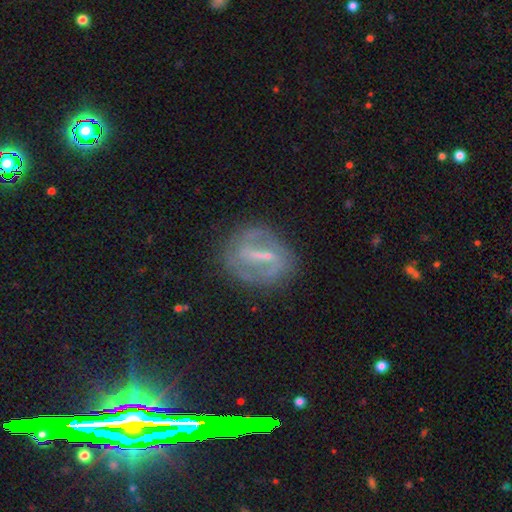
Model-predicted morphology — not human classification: smooth-or-featured: featured or disk: 78% | smooth: 15% | star or artifact: 8%
  disk-edge-on: no: 95% | yes: 5%
    bar: strong: 55% | weak: 36% | no: 10%
    has-spiral-arms: yes: 75% | no: 25%
      spiral-winding: medium: 44% | tight: 34% | loose: 22%
      spiral-arm-count: 2: 72% | can't tell: 18% | 1: 5% | 3: 3% | 4: 2% | more than 4: 1%
    bulge-size: small: 61% | moderate: 19% | none: 17% | large: 2% | dominant: 1%
  merging: none: 73% | minor disturbance: 16% | major disturbance: 9% | merger: 2%